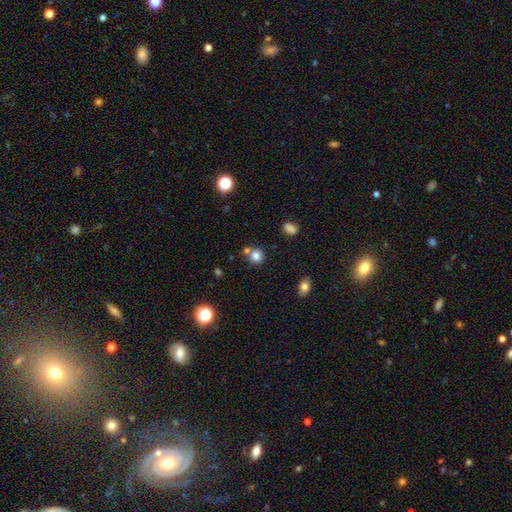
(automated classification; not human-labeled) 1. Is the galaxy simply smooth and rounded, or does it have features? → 80% smooth, 13% star or artifact, 7% featured or disk.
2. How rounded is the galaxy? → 87% round, 12% in between, 1% cigar-shaped.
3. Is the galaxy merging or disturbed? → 63% none, 25% merger, 9% minor disturbance, 3% major disturbance.